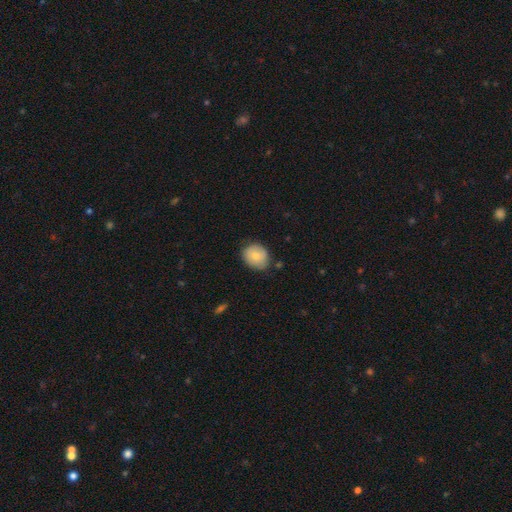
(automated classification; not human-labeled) smooth-or-featured: smooth: 79% | featured or disk: 14% | star or artifact: 7%
  how-rounded: round: 65% | in between: 34% | cigar-shaped: 1%
  merging: none: 76% | minor disturbance: 19% | major disturbance: 3% | merger: 2%